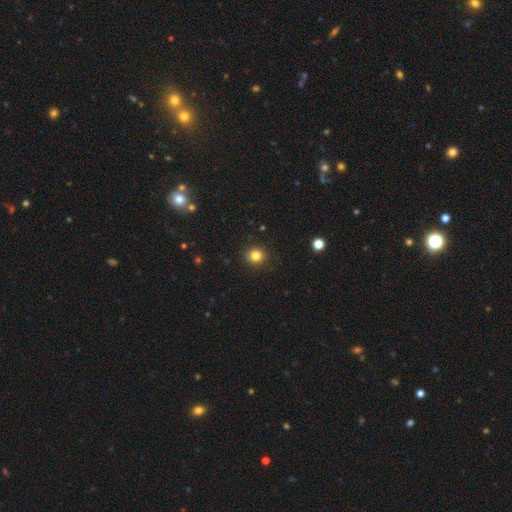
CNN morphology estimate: A smooth galaxy with no disk features (83%) that is round (87%). Merging: none (90%).